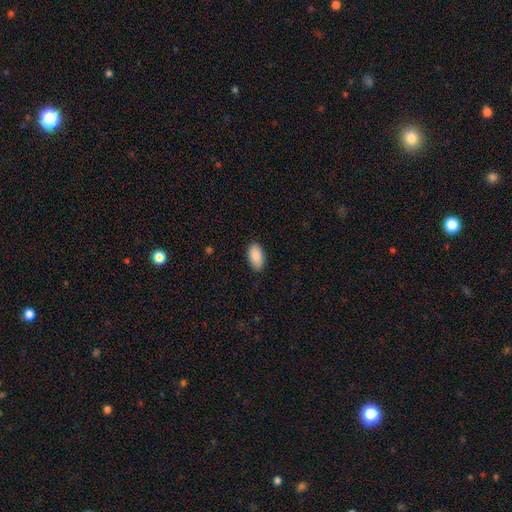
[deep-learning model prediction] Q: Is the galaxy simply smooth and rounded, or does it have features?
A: smooth — 89%.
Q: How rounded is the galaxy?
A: in between — 94%.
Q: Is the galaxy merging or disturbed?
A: none — 87%.